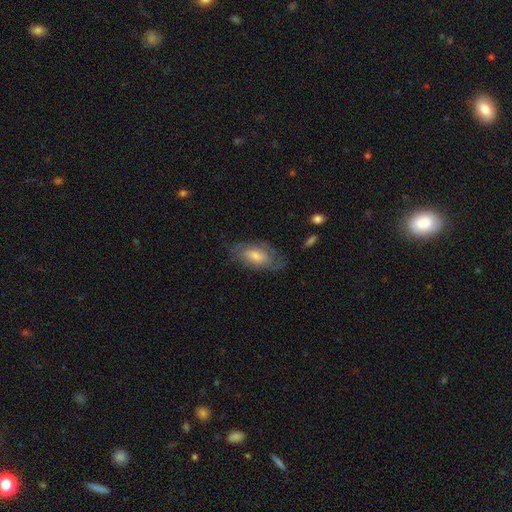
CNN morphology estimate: Smooth or featured: featured or disk — 49% (smooth — 43%)
Merging: none — 69% (minor disturbance — 21%)